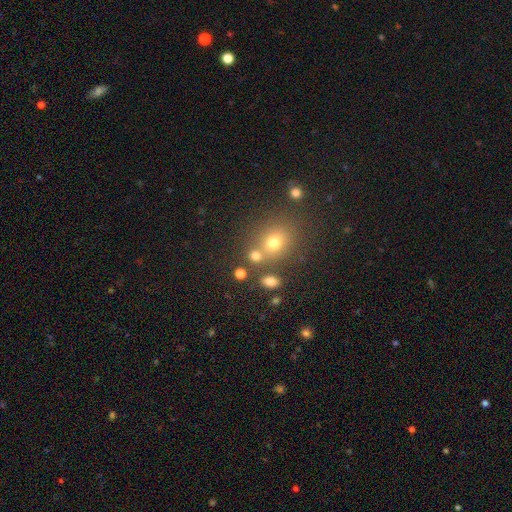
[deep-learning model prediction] Morphology: type=smooth (71%); roundness=round (70%); merging=none (62%).